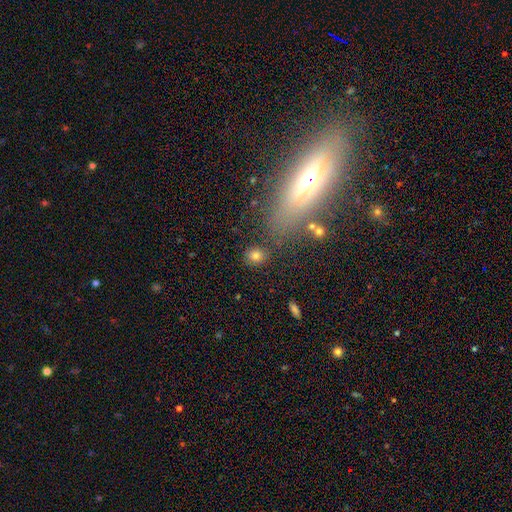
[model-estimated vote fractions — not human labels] smooth-or-featured: smooth: 79% | star or artifact: 13% | featured or disk: 8%
  how-rounded: round: 74% | in between: 25% | cigar-shaped: 1%
  merging: none: 84% | minor disturbance: 9% | merger: 4% | major disturbance: 3%